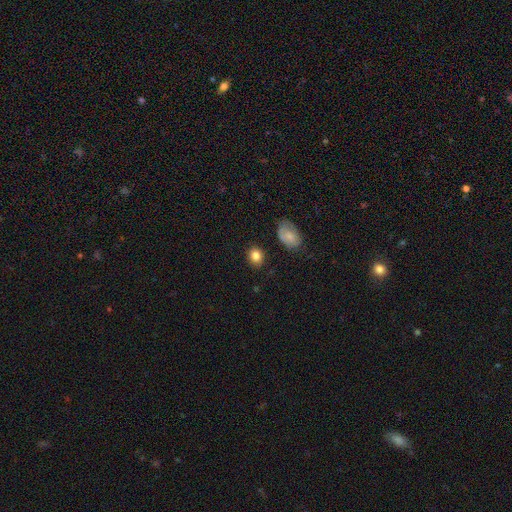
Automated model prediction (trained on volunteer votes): Overall: smooth (85%). How rounded: round (61%; in between 38%). Merging: none (86%).